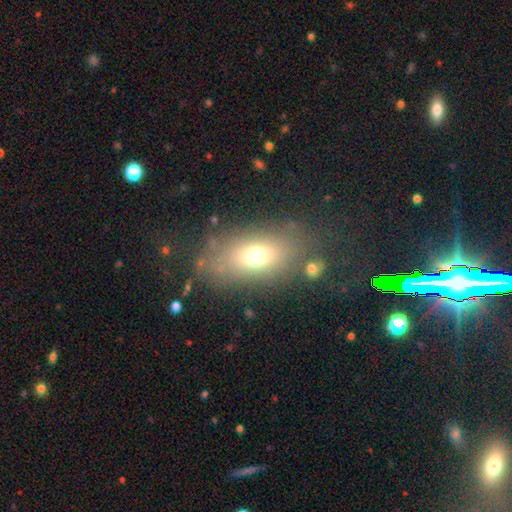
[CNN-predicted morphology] smooth-or-featured: smooth: 67% | featured or disk: 19% | star or artifact: 14%
  how-rounded: in between: 79% | round: 16% | cigar-shaped: 5%
  merging: none: 74% | minor disturbance: 13% | major disturbance: 8% | merger: 5%